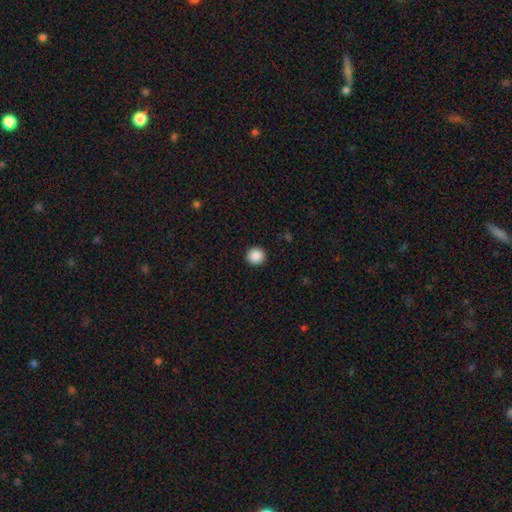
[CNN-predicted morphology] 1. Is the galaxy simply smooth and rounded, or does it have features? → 88% smooth, 9% star or artifact, 4% featured or disk.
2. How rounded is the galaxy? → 94% round, 5% in between, 1% cigar-shaped.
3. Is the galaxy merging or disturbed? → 93% none, 5% minor disturbance, 2% major disturbance, 1% merger.